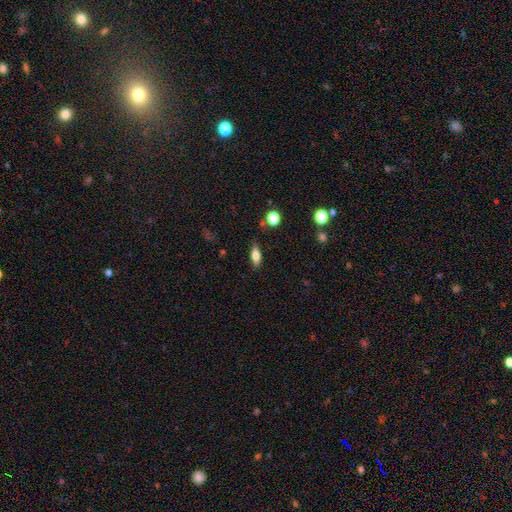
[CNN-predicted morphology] A smooth galaxy with no disk features (72%) that is in between round and cigar-shaped (71%). Merging: none (83%).